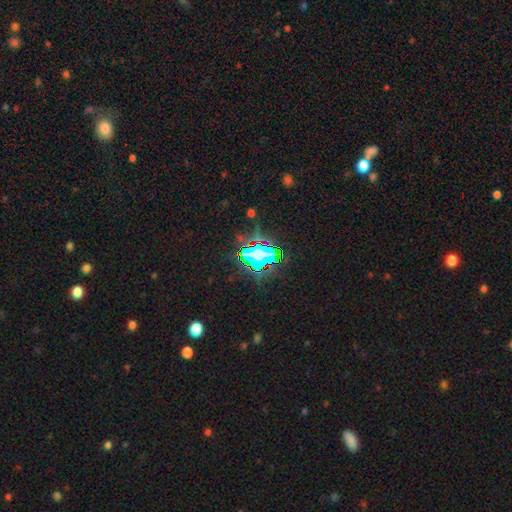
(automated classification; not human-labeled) smooth-or-featured: star or artifact: 70% | smooth: 19% | featured or disk: 11%